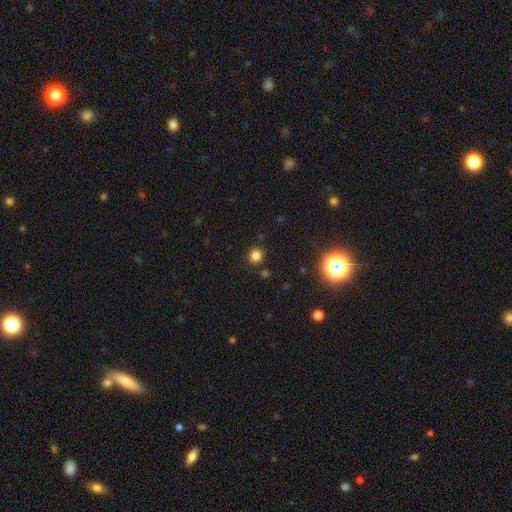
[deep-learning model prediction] Q: Smooth or featured?
A: smooth (79%); runner-up: star or artifact (16%)
Q: How rounded?
A: round (88%); runner-up: in between (11%)
Q: Merging?
A: none (86%); runner-up: minor disturbance (7%)